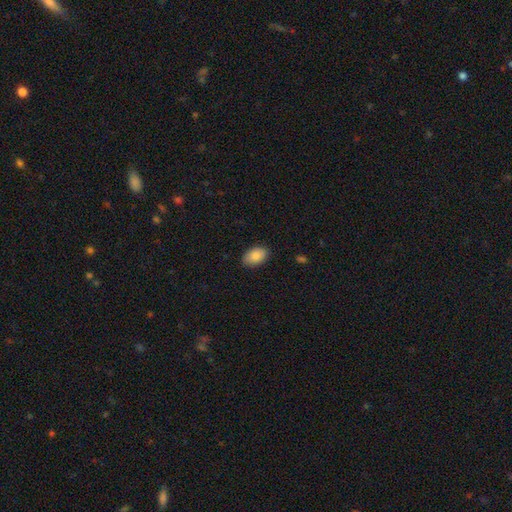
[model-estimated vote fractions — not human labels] This is clearly a smooth galaxy (87%). How rounded: clearly in between (92%). Merging: clearly none (87%).